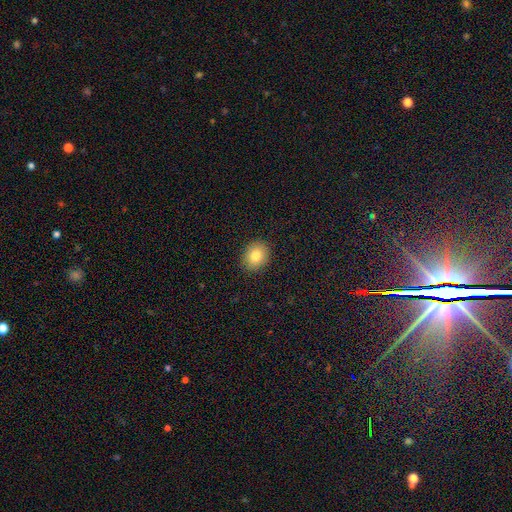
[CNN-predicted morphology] Smooth or featured? smooth (81%)
How rounded? round (55%)
Merging? none (89%)